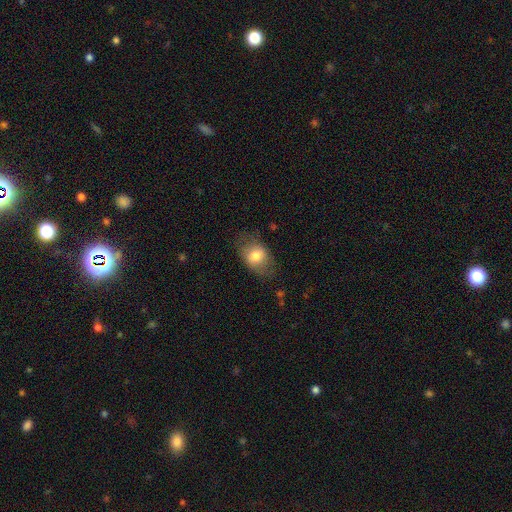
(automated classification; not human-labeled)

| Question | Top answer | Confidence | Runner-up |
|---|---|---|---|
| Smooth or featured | smooth | 74% | featured or disk (18%) |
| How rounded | in between | 75% | round (24%) |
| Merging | none | 69% | minor disturbance (20%) |